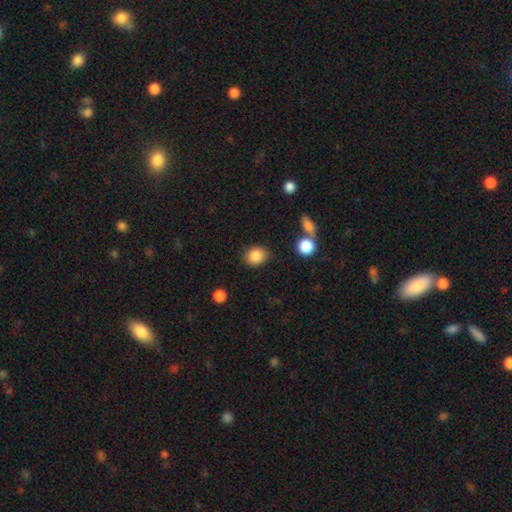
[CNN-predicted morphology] Smooth or featured: smooth — 86% (star or artifact — 9%)
How rounded: round — 63% (in between — 36%)
Merging: none — 83% (minor disturbance — 10%)